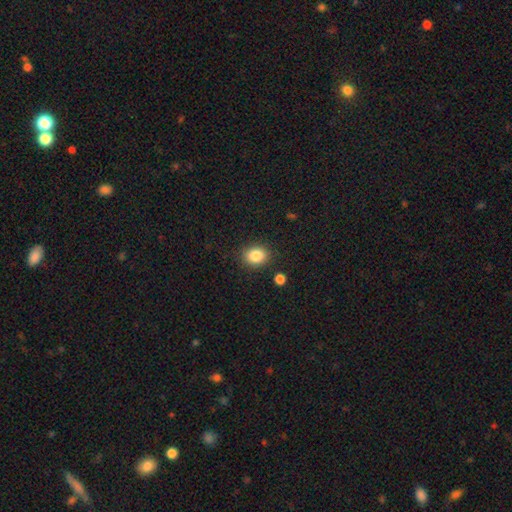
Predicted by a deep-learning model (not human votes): Smooth or featured: smooth — 85% (star or artifact — 10%)
How rounded: round — 58% (in between — 41%)
Merging: none — 86% (minor disturbance — 9%)